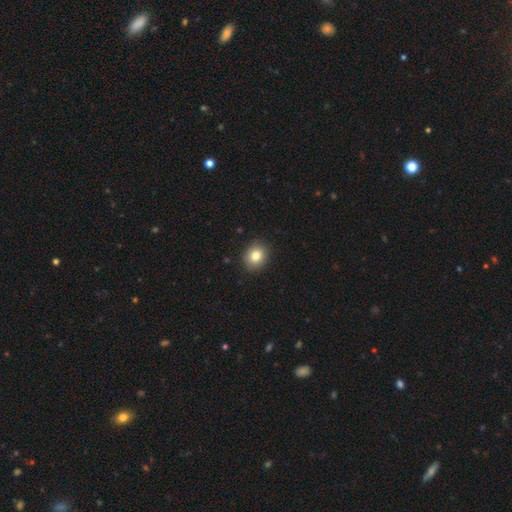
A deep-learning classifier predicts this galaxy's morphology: This is clearly a smooth galaxy (82%). How rounded: likely round (65%). Merging: clearly none (89%).